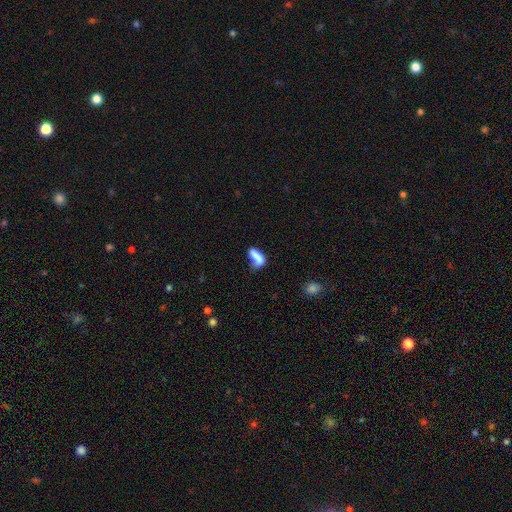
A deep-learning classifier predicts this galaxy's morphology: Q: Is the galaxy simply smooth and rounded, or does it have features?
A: smooth — 76%.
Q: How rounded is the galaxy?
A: in between — 73%.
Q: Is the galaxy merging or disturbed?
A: none — 35%.